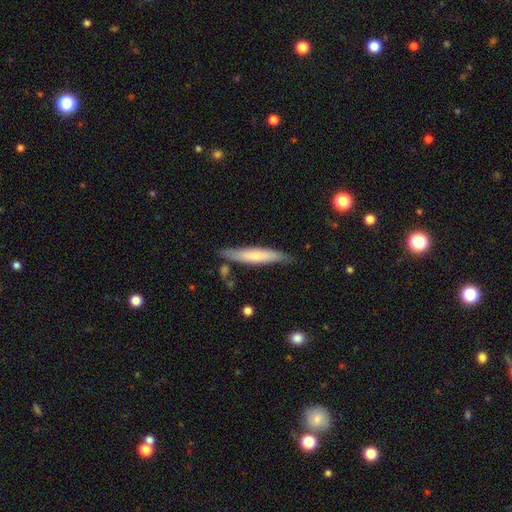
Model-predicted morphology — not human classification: This appears to be a smooth galaxy with no disk features (63%) that is cigar-shaped (89%). Merging: none (80%).